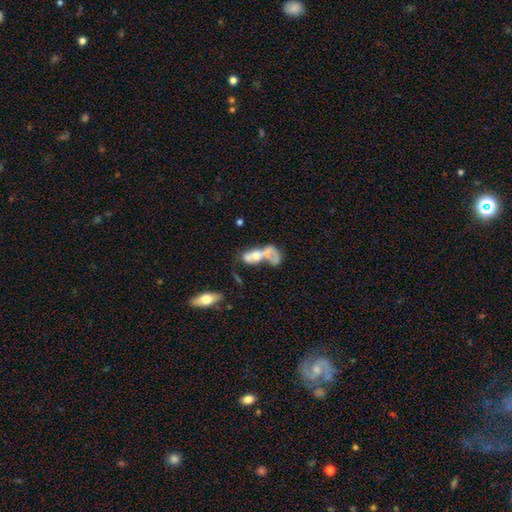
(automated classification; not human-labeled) smooth-or-featured: smooth: 45% | featured or disk: 44% | star or artifact: 11%
  merging: merger: 56% | major disturbance: 24% | none: 12% | minor disturbance: 8%